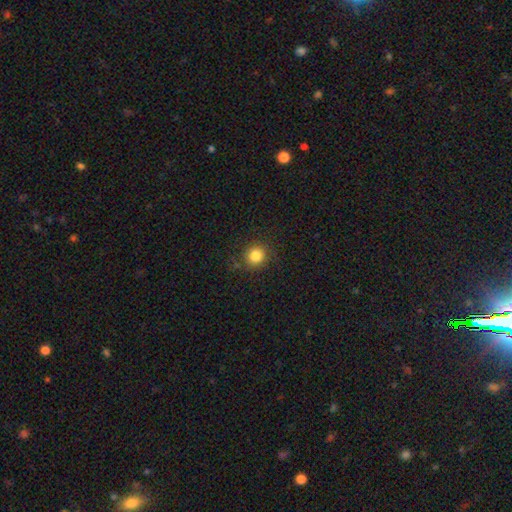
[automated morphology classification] Smooth or featured? smooth (83%)
How rounded? round (89%)
Merging? none (87%)